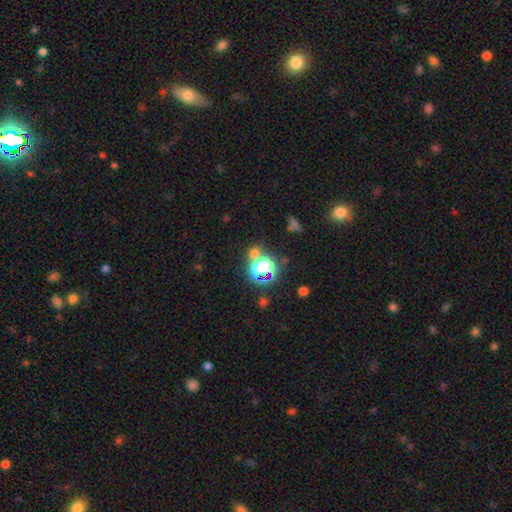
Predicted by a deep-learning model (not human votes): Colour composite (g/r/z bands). It shows a star or artifact, not a galaxy (68%).